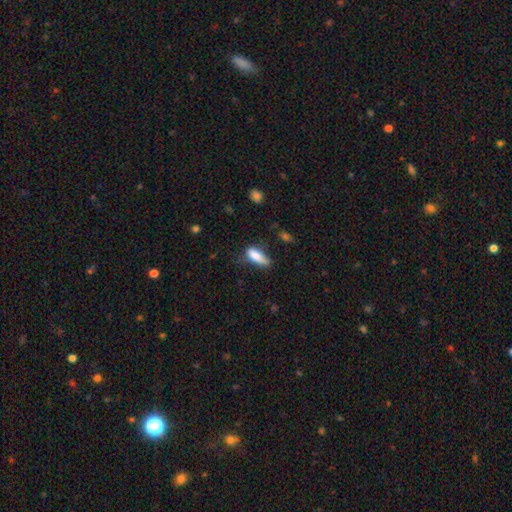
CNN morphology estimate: smooth 80%, featured or disk 12%, star or artifact 7%. Down the decision tree: how rounded — in between (71%); merging — none (46%).